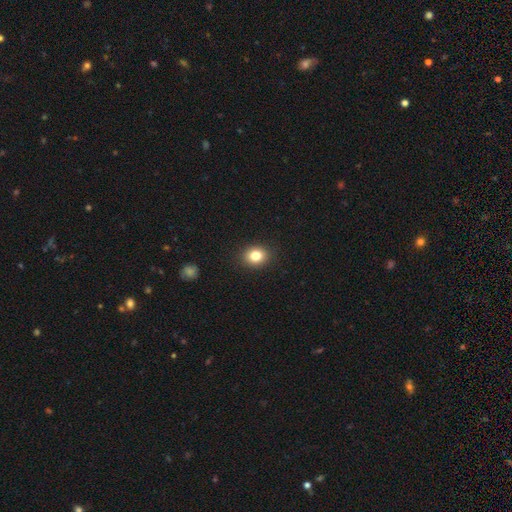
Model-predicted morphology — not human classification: This appears to be a smooth galaxy with no disk features (81%) that is round (62%). Merging: none (90%).